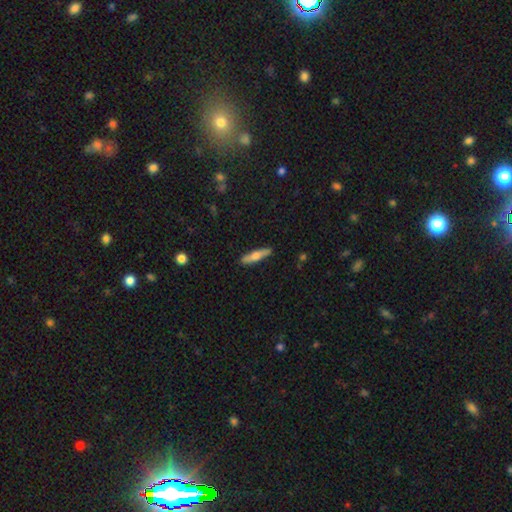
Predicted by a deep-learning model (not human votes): Smooth or featured?
  - smooth: 60% *
  - featured or disk: 34%
  - star or artifact: 6%
How rounded?
  - cigar-shaped: 82% *
  - in between: 16%
  - round: 2%
Merging?
  - none: 88% *
  - minor disturbance: 9%
  - major disturbance: 2%
  - merger: 1%